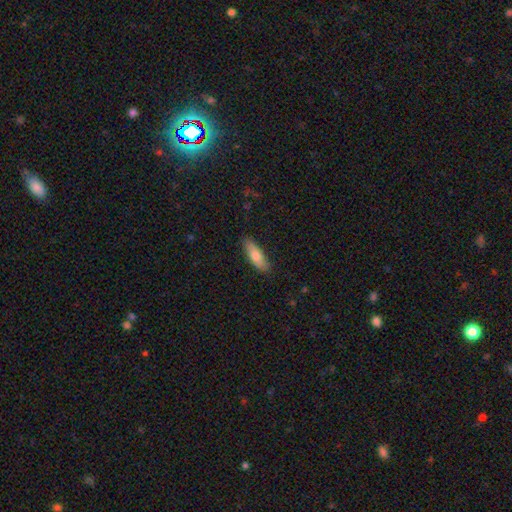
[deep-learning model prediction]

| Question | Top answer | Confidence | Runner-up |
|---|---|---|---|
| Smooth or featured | smooth | 78% | featured or disk (16%) |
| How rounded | in between | 52% | cigar-shaped (46%) |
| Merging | none | 85% | minor disturbance (11%) |